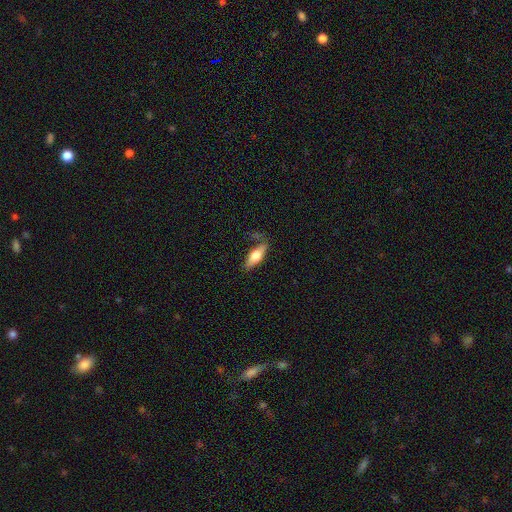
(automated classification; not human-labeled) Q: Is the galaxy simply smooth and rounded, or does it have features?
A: smooth — 60%.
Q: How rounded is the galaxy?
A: in between — 56%.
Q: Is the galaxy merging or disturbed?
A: none — 70%.